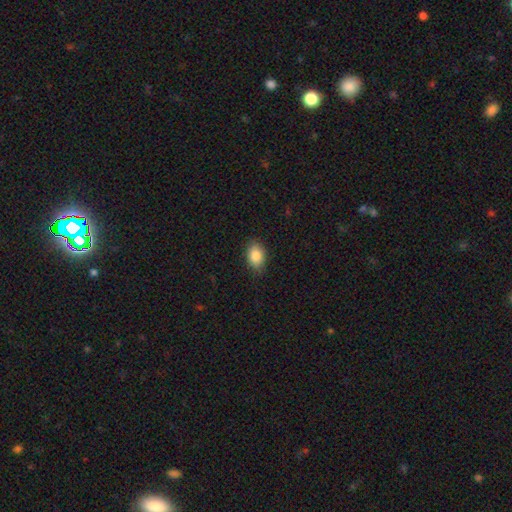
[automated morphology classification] smooth 86%, star or artifact 8%, featured or disk 6%. Down the decision tree: how rounded — in between (85%); merging — none (83%).